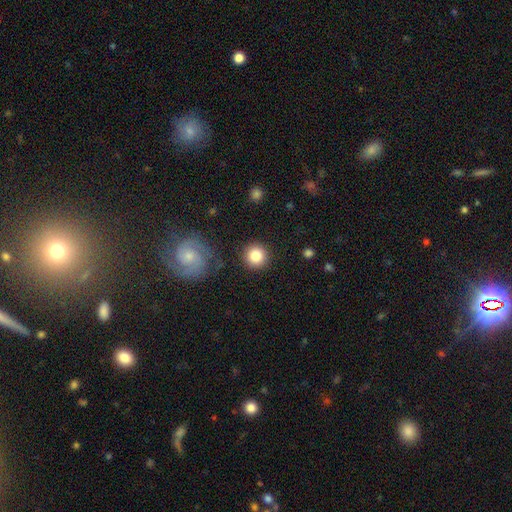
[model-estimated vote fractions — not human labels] smooth-or-featured: smooth: 85% | star or artifact: 8% | featured or disk: 7%
  how-rounded: round: 94% | in between: 5% | cigar-shaped: 1%
  merging: none: 87% | minor disturbance: 7% | major disturbance: 3% | merger: 3%